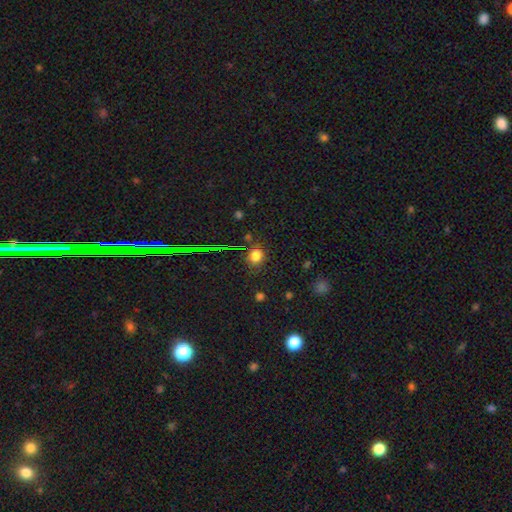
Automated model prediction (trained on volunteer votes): Q: Smooth or featured?
A: smooth (74%); runner-up: star or artifact (20%)
Q: How rounded?
A: round (65%); runner-up: in between (34%)
Q: Merging?
A: none (80%); runner-up: minor disturbance (12%)